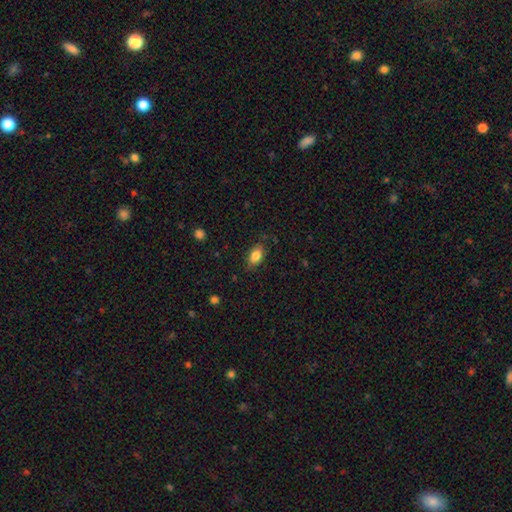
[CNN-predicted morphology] type=smooth (82%); roundness=in between (88%); merging=none (81%).